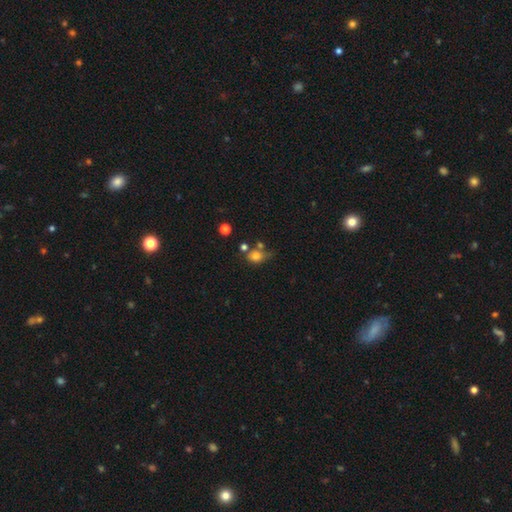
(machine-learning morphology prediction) type=smooth (77%); roundness=round (56%); merging=none (43%).